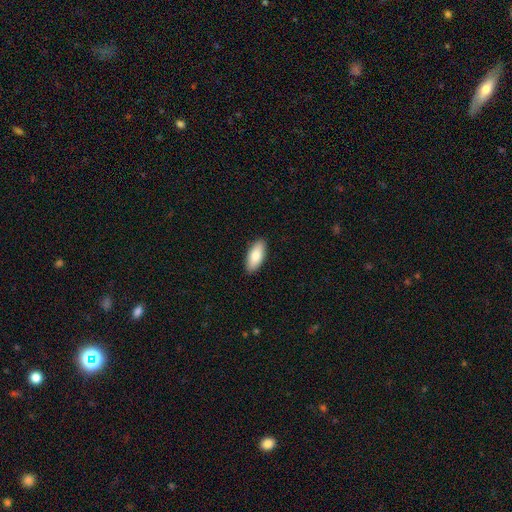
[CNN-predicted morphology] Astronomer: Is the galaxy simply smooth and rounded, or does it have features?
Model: smooth — 82%.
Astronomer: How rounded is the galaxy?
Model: in between — 87%.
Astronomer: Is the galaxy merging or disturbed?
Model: none — 90%.